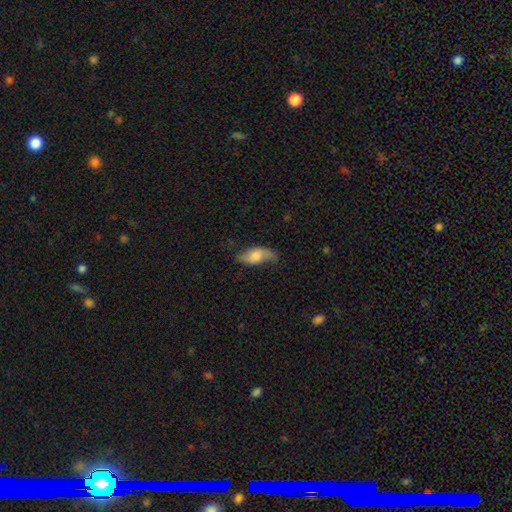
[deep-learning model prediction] smooth-or-featured: smooth: 59% | featured or disk: 34% | star or artifact: 7%
  how-rounded: in between: 85% | cigar-shaped: 12% | round: 4%
  merging: none: 63% | minor disturbance: 27% | major disturbance: 8% | merger: 2%